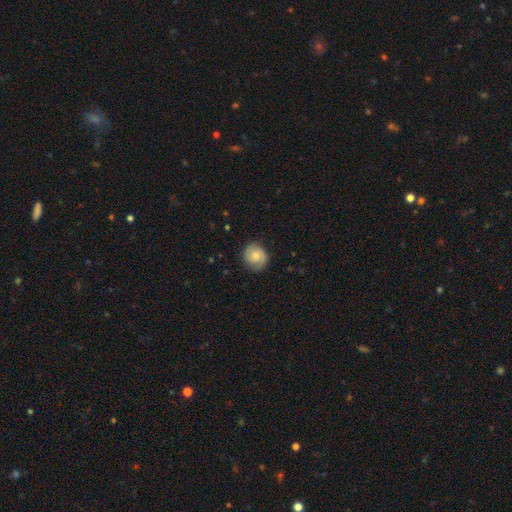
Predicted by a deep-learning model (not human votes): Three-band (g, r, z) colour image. It shows a smooth galaxy with no disk features (52%) that is round (81%). Merging: none (79%).